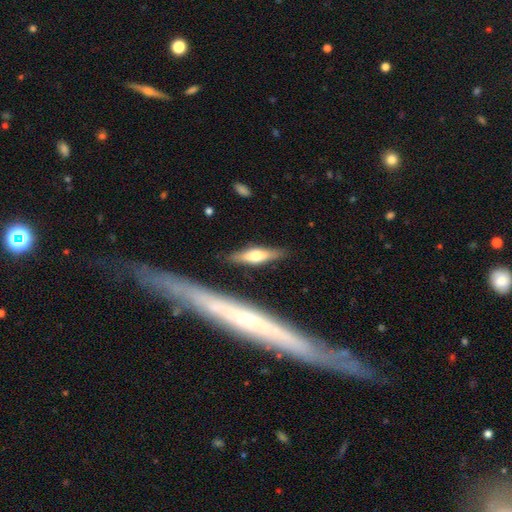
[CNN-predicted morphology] Q: Smooth or featured?
A: featured or disk (48%); runner-up: smooth (46%)
Q: Merging?
A: none (84%); runner-up: minor disturbance (11%)